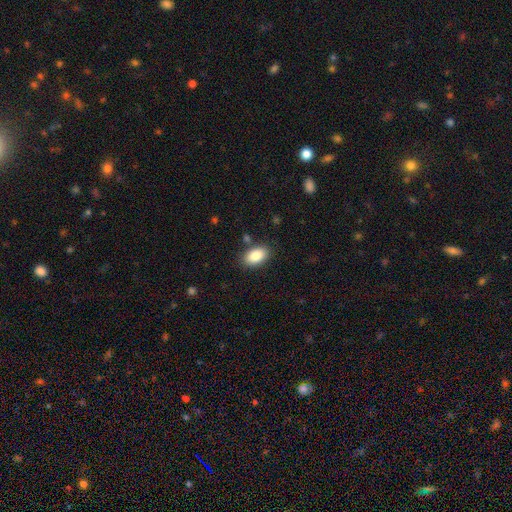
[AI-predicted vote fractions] Smooth or featured? smooth (87%)
How rounded? in between (92%)
Merging? none (85%)